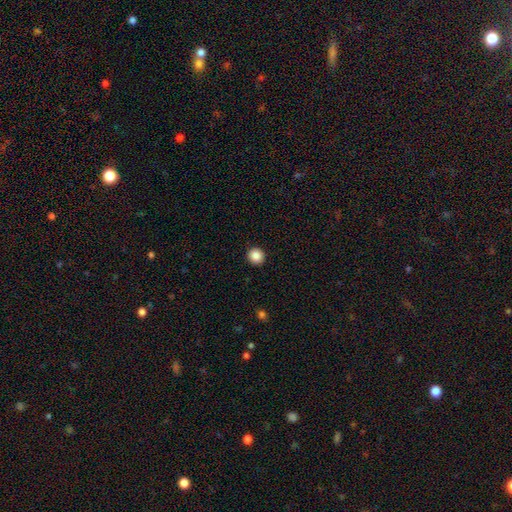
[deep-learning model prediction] Smooth or featured? Predicted: smooth (p=0.87). How rounded? Predicted: round (p=0.93). Merging? Predicted: none (p=0.93).